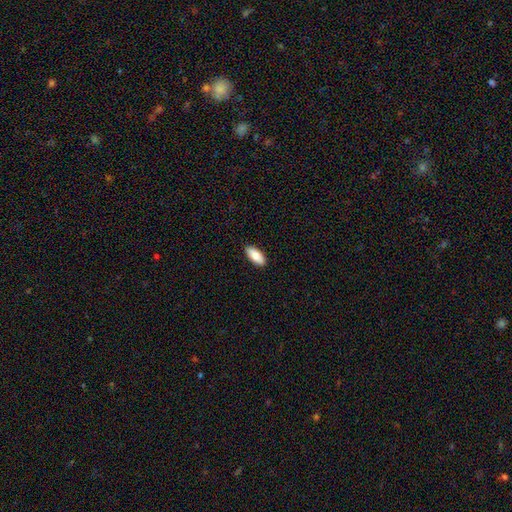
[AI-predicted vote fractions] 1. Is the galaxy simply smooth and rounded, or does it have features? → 81% smooth, 13% featured or disk, 6% star or artifact.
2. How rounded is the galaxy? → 88% in between, 10% cigar-shaped, 2% round.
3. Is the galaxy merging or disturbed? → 90% none, 7% minor disturbance, 2% major disturbance, 1% merger.